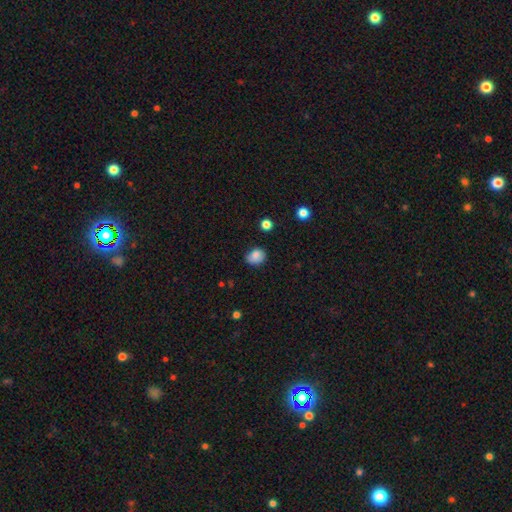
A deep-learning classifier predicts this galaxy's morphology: Overall: smooth (81%). How rounded: in between (53%; round 46%). Merging: none (60%; minor disturbance 31%).